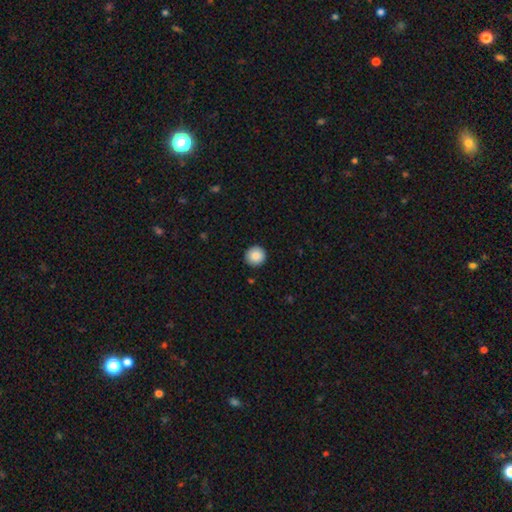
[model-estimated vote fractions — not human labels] Smooth or featured?
  - smooth: 87% *
  - star or artifact: 8%
  - featured or disk: 5%
How rounded?
  - round: 96% *
  - in between: 3%
  - cigar-shaped: 1%
Merging?
  - none: 92% *
  - minor disturbance: 5%
  - major disturbance: 2%
  - merger: 1%